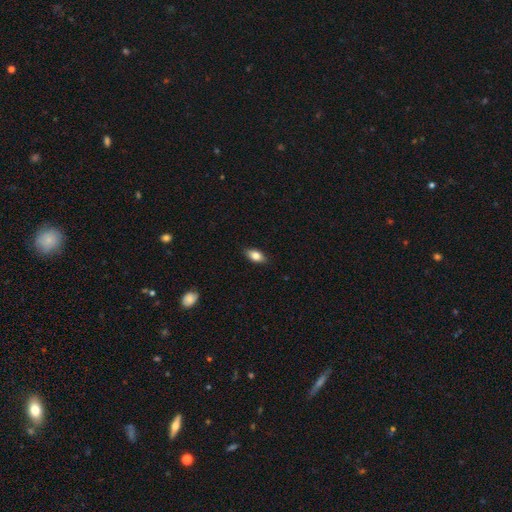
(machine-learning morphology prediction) Q: Smooth or featured?
A: smooth (78%); runner-up: featured or disk (15%)
Q: How rounded?
A: in between (88%); runner-up: cigar-shaped (7%)
Q: Merging?
A: none (87%); runner-up: minor disturbance (10%)